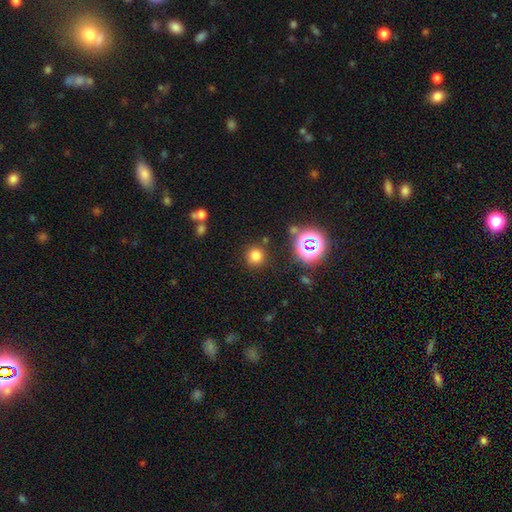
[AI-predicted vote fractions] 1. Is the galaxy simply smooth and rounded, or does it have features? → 74% smooth, 20% star or artifact, 6% featured or disk.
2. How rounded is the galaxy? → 92% round, 7% in between, 1% cigar-shaped.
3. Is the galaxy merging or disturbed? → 84% none, 9% minor disturbance, 4% merger, 4% major disturbance.